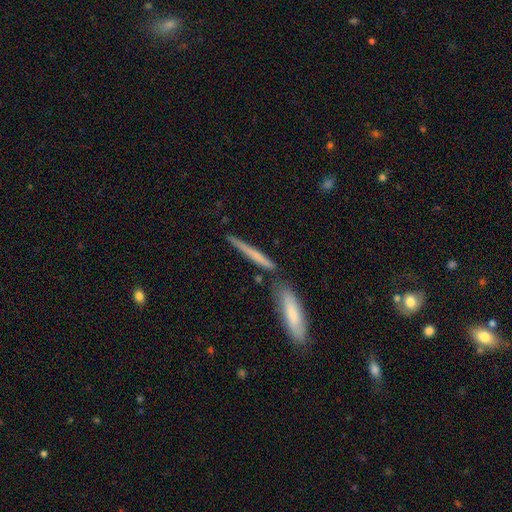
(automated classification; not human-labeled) Smooth or featured? Predicted: smooth (p=0.59). How rounded? Predicted: cigar-shaped (p=0.94). Merging? Predicted: none (p=0.73).